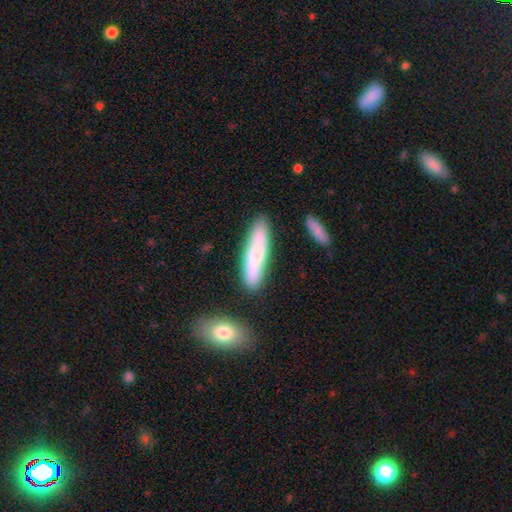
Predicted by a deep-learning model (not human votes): A smooth galaxy with no disk features (66%) that is cigar-shaped (74%).

Vote fractions:
- Smooth or featured? smooth: 66% / featured or disk: 28% / star or artifact: 6%
- How rounded? cigar-shaped: 74% / in between: 24% / round: 2%
- Merging? none: 79% / minor disturbance: 13% / merger: 5% / major disturbance: 3%